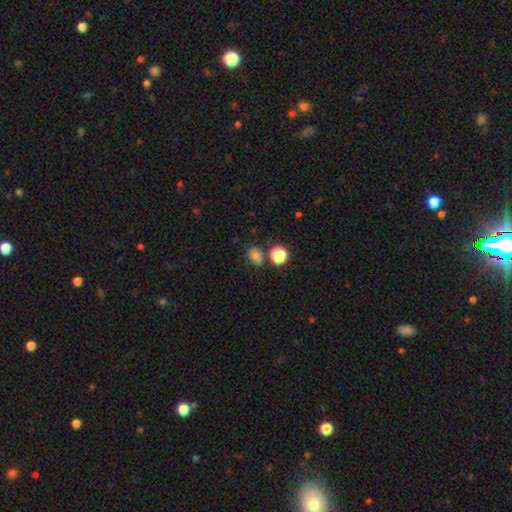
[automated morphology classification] Overall: smooth (70%). How rounded: in between (55%; round 44%). Merging: none (70%).